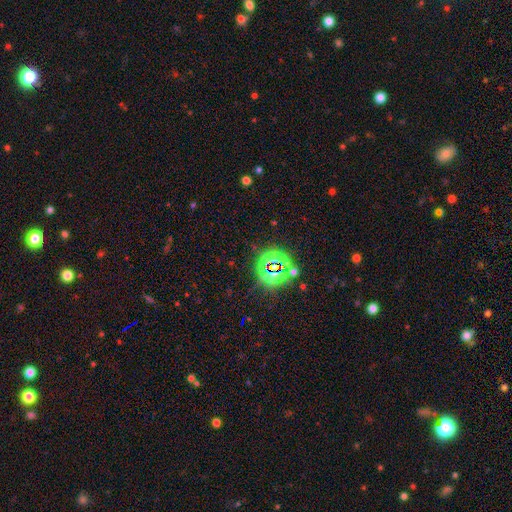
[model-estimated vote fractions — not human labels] A star or artifact, not a galaxy (82%).

Vote fractions:
- Smooth or featured? star or artifact: 82% / smooth: 11% / featured or disk: 8%